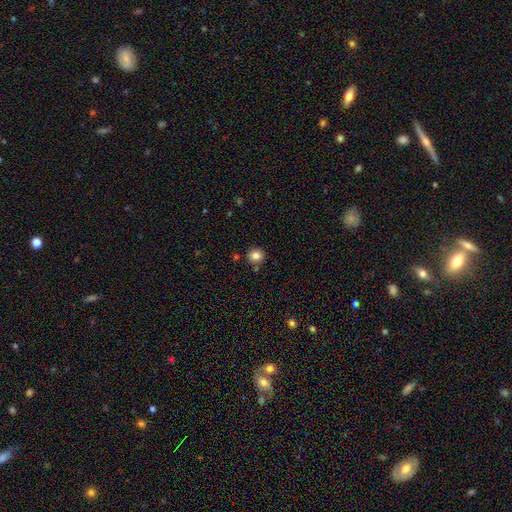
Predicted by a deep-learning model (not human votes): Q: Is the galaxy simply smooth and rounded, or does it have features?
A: smooth — 83%.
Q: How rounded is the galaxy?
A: round — 87%.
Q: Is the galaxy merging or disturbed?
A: none — 85%.